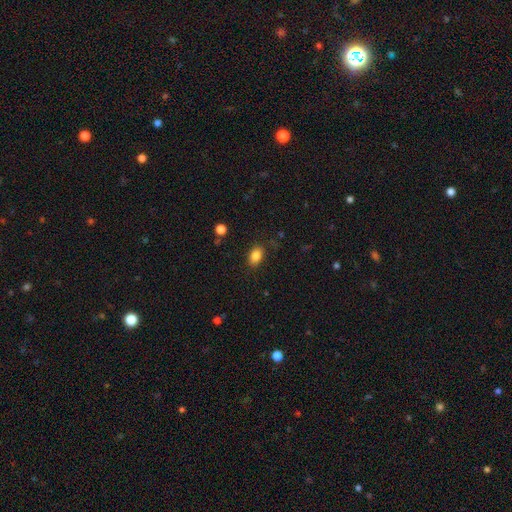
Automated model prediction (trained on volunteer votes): This appears to be a smooth galaxy with no disk features (85%) that is in between round and cigar-shaped (81%). Merging: none (83%).